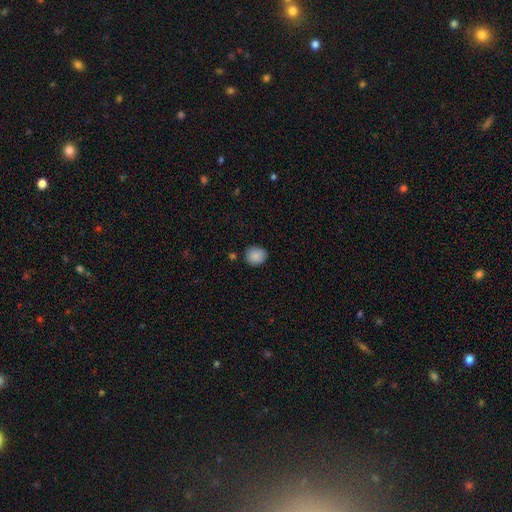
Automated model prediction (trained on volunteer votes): smooth 88%, star or artifact 8%, featured or disk 4%. Down the decision tree: how rounded — round (77%); merging — none (83%).